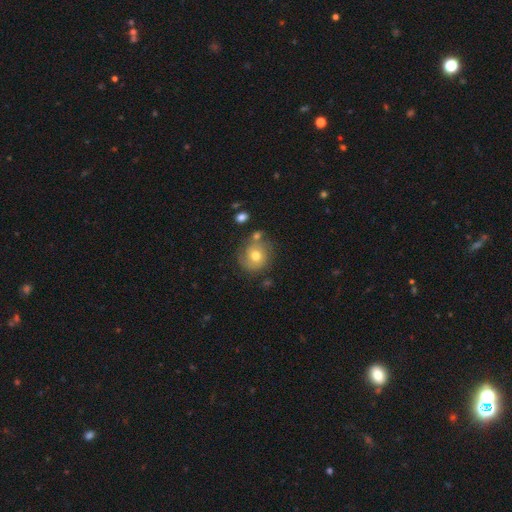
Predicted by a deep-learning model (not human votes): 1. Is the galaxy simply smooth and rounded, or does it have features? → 63% smooth, 27% featured or disk, 10% star or artifact.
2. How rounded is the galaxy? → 84% round, 15% in between, 1% cigar-shaped.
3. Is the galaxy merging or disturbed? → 66% none, 18% minor disturbance, 10% merger, 6% major disturbance.